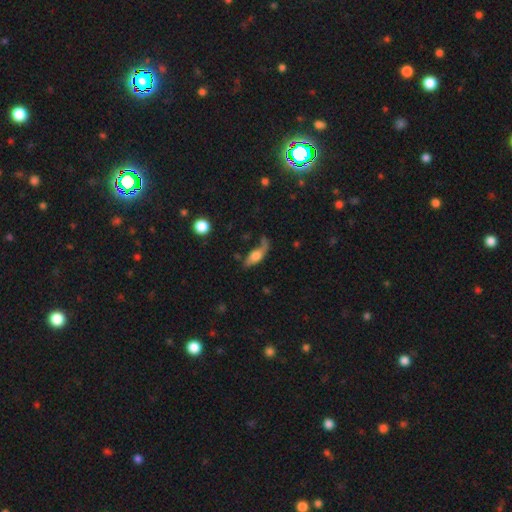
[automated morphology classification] This is possibly a smooth galaxy (51%). How rounded: likely in between (64%). Merging: marginally none (42%).